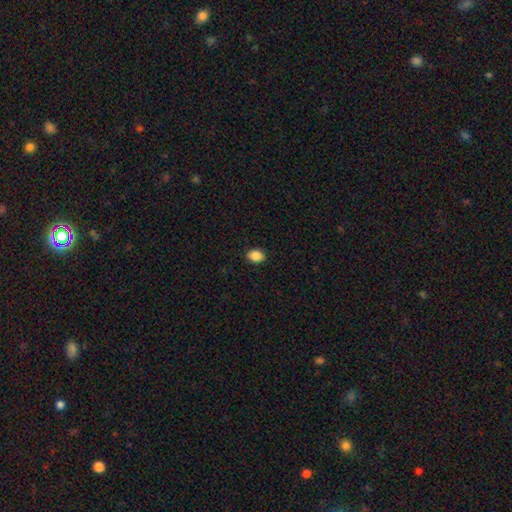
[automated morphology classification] A smooth galaxy with no disk features (88%) that is in between round and cigar-shaped (66%).

Vote fractions:
- Smooth or featured? smooth: 88% / star or artifact: 9% / featured or disk: 4%
- How rounded? in between: 66% / round: 33% / cigar-shaped: 1%
- Merging? none: 90% / minor disturbance: 8% / major disturbance: 2% / merger: 1%